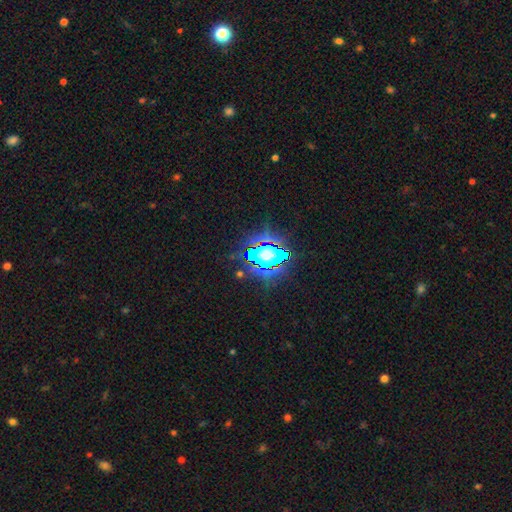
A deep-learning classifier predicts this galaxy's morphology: smooth-or-featured: star or artifact: 54% | smooth: 25% | featured or disk: 21%